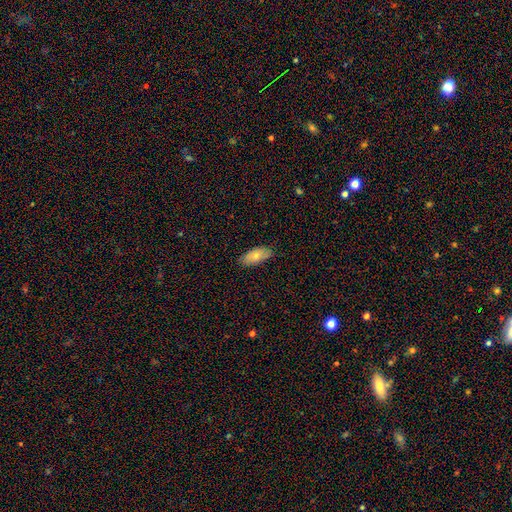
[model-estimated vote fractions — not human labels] Smooth or featured: smooth — 74% (featured or disk — 20%)
How rounded: in between — 88% (cigar-shaped — 9%)
Merging: none — 86% (minor disturbance — 11%)